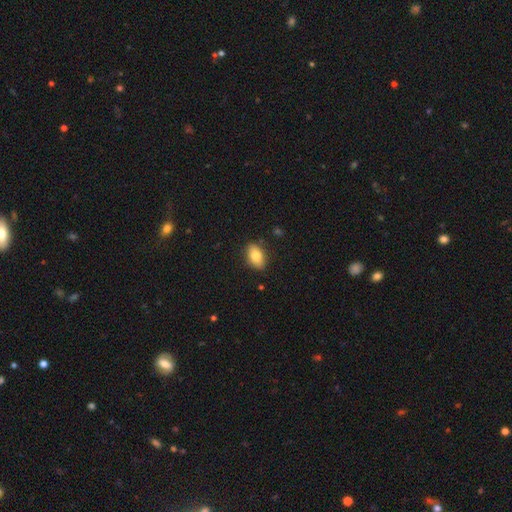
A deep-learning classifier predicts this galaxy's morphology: Smooth or featured?
  - smooth: 78% *
  - featured or disk: 14%
  - star or artifact: 8%
How rounded?
  - in between: 86% *
  - round: 10%
  - cigar-shaped: 3%
Merging?
  - none: 84% *
  - minor disturbance: 13%
  - major disturbance: 2%
  - merger: 1%